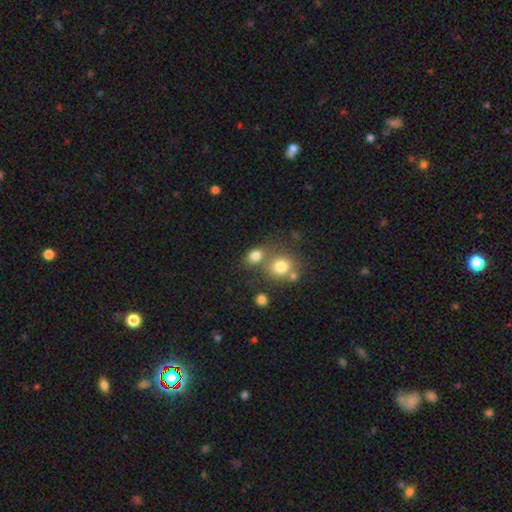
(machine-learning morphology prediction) type=smooth (79%); roundness=round (51%); merging=none (52%).